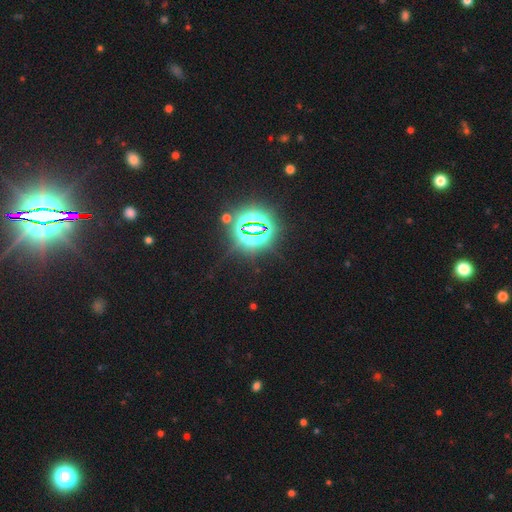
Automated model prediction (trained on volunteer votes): Overall: star or artifact (84%).